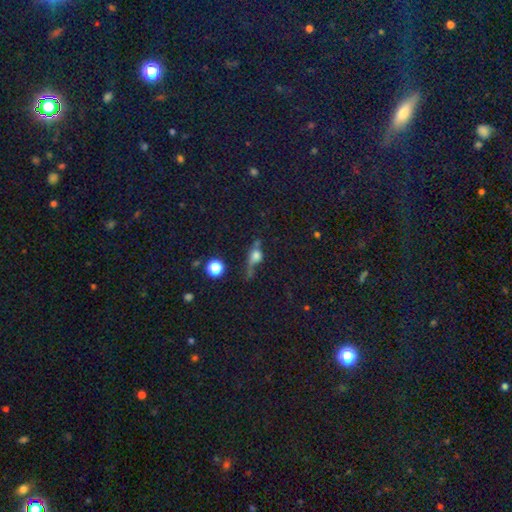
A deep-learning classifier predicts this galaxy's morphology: A smooth galaxy with no disk features (55%) that is round (55%). Merging: none (39%).